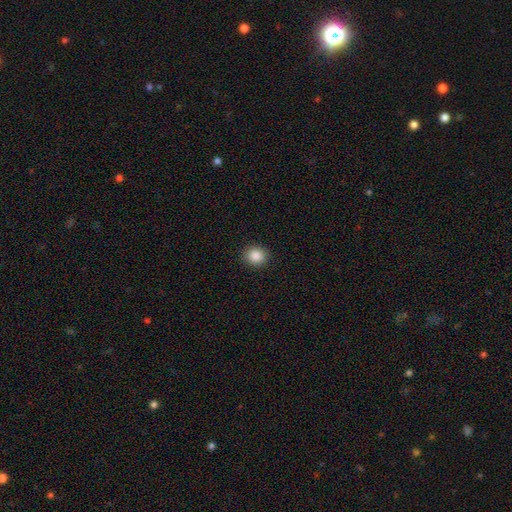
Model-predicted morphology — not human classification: smooth_or_featured: smooth (p=0.87) [alt: star or artifact p=0.09]
how_rounded: round (p=0.82) [alt: in between p=0.17]
merging: none (p=0.91) [alt: minor disturbance p=0.06]